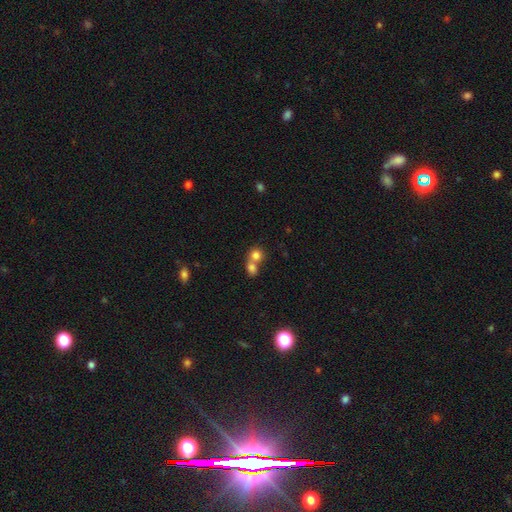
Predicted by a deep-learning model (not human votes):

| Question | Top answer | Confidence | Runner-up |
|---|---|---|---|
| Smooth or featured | smooth | 80% | star or artifact (11%) |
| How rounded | round | 81% | in between (18%) |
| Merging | merger | 57% | none (35%) |